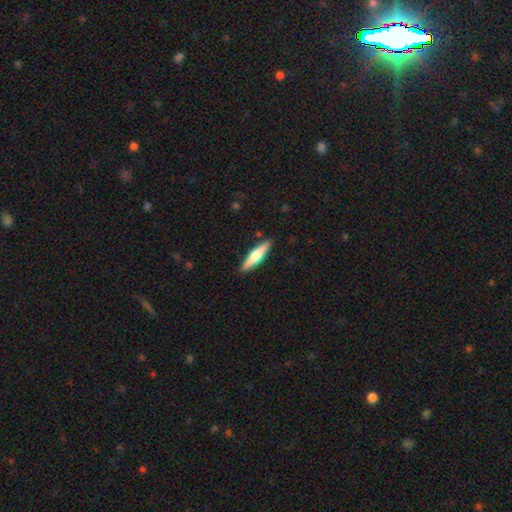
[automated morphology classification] This appears to be a smooth galaxy with no disk features (54%) that is cigar-shaped (78%). Merging: none (89%).